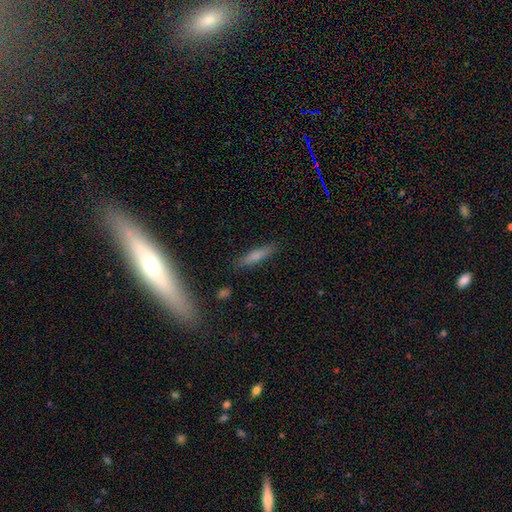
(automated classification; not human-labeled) Smooth or featured? smooth (71%)
How rounded? cigar-shaped (82%)
Merging? none (85%)